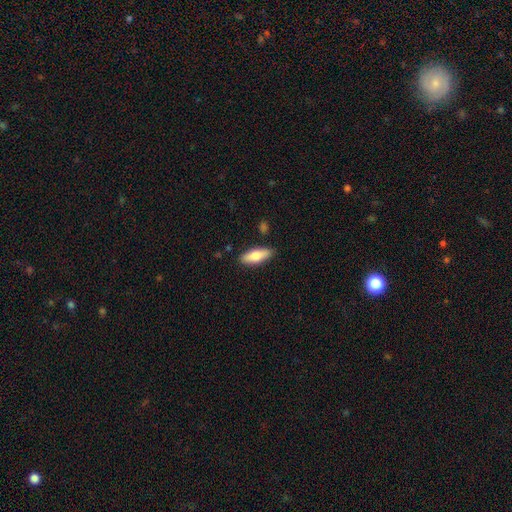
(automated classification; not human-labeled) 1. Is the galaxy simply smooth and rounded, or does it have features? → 74% smooth, 20% featured or disk, 6% star or artifact.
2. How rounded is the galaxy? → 62% in between, 36% cigar-shaped, 2% round.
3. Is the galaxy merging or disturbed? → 86% none, 10% minor disturbance, 2% major disturbance, 2% merger.